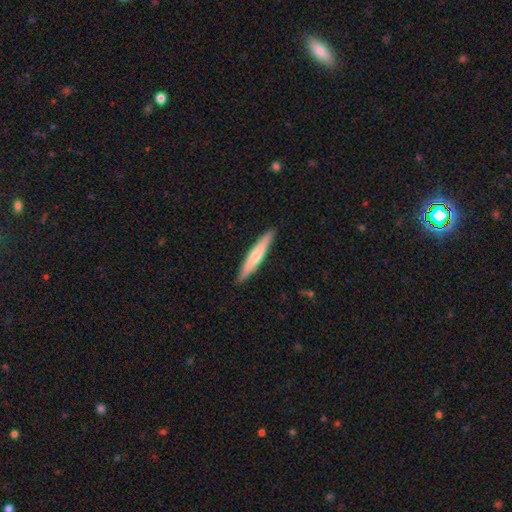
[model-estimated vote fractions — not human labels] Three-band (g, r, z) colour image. It shows a smooth galaxy with no disk features (59%) that is cigar-shaped (94%). Merging: none (90%).